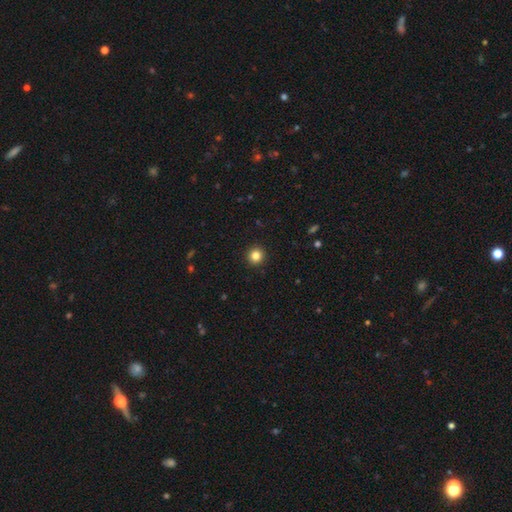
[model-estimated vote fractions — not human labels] smooth_or_featured: smooth (p=0.83) [alt: star or artifact p=0.12]
how_rounded: round (p=0.95) [alt: in between p=0.04]
merging: none (p=0.94) [alt: minor disturbance p=0.04]